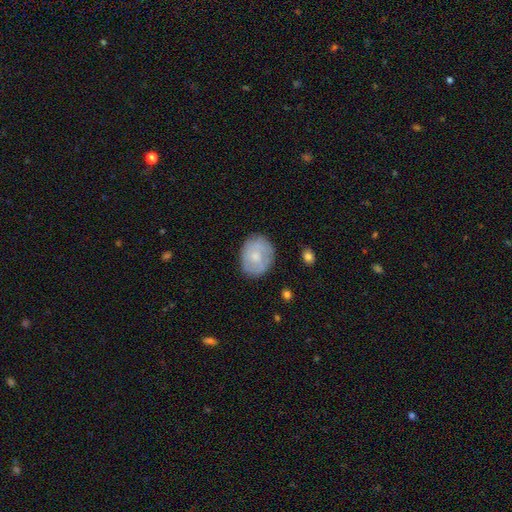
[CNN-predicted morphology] Smooth or featured? smooth (55%)
How rounded? in between (50%)
Merging? none (77%)